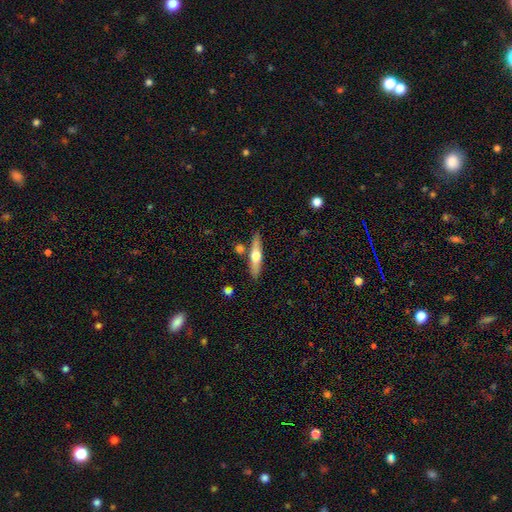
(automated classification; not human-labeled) smooth_or_featured: featured or disk (p=0.56) [alt: smooth p=0.39]
disk_edge_on: yes (p=0.94) [alt: no p=0.06]
edge_on_bulge: rounded (p=0.94) [alt: none p=0.04]
merging: none (p=0.82) [alt: minor disturbance p=0.10]